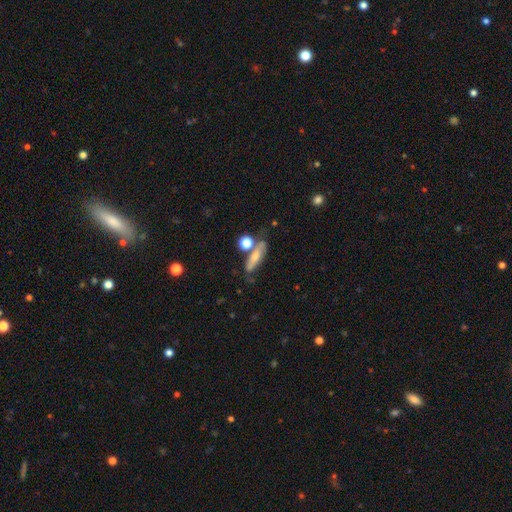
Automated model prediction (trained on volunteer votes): smooth 61%, featured or disk 30%, star or artifact 9%. Down the decision tree: how rounded — cigar-shaped (51%); merging — none (57%).